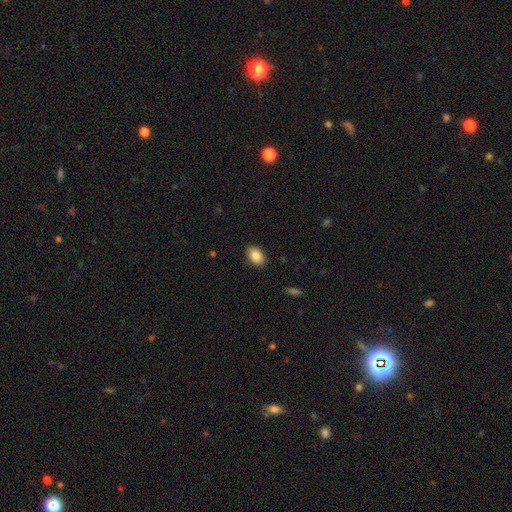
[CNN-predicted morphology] smooth 87%, star or artifact 8%, featured or disk 5%. Down the decision tree: how rounded — in between (86%); merging — none (88%).